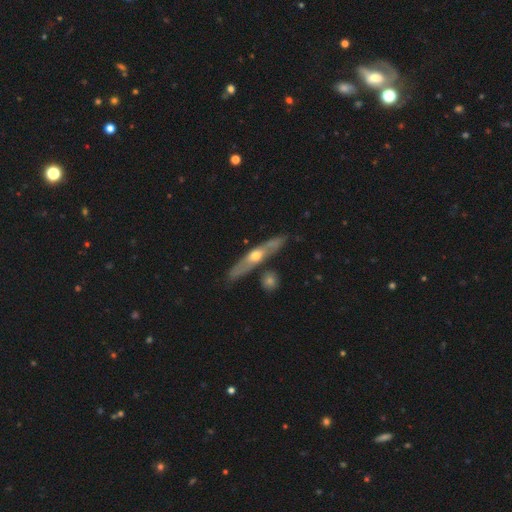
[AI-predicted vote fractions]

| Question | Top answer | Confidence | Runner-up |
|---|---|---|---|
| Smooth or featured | featured or disk | 67% | smooth (28%) |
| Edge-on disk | yes | 80% | no (20%) |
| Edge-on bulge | rounded | 87% | none (11%) |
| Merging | none | 81% | minor disturbance (11%) |